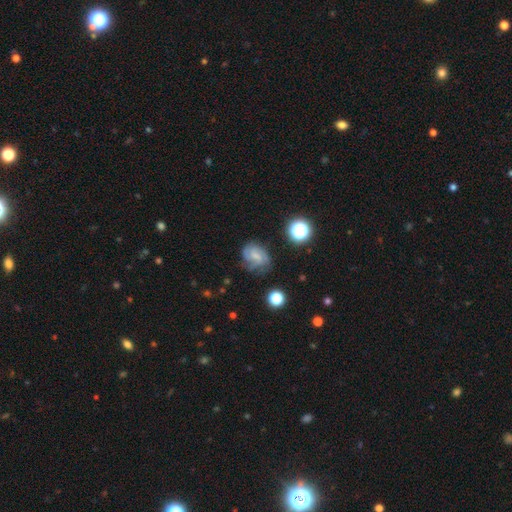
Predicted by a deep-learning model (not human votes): Smooth or featured?
  - featured or disk: 54% *
  - smooth: 34%
  - star or artifact: 13%
Edge-on disk?
  - no: 97% *
  - yes: 3%
Bar?
  - no: 51% *
  - weak: 40%
  - strong: 9%
Spiral arms?
  - yes: 84% *
  - no: 16%
Bulge size?
  - small: 41% *
  - none: 32%
  - moderate: 22%
  - large: 4%
  - dominant: 1%
Merging?
  - none: 55% *
  - minor disturbance: 26%
  - major disturbance: 16%
  - merger: 3%